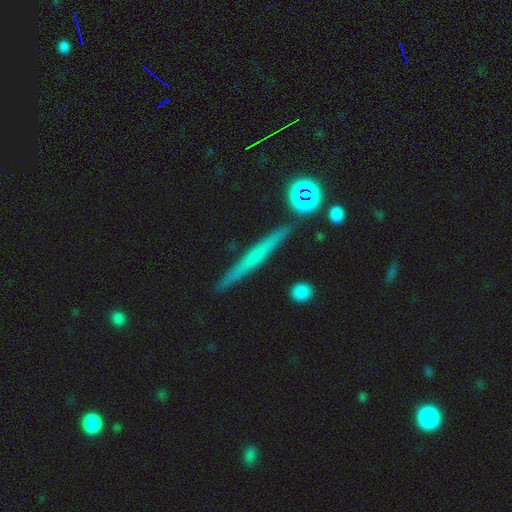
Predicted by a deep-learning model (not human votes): smooth_or_featured: featured or disk (p=0.49) [alt: smooth p=0.40]
merging: none (p=0.89) [alt: minor disturbance p=0.07]